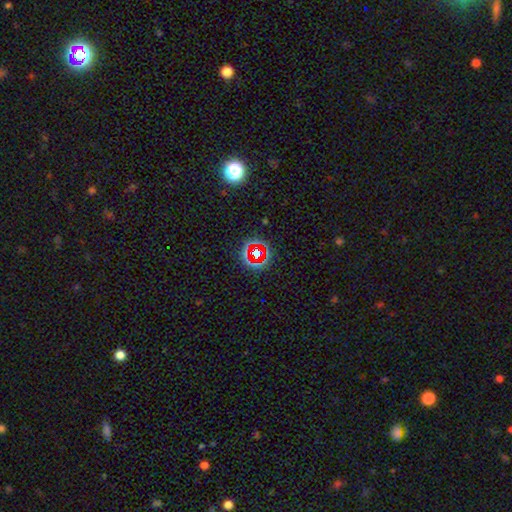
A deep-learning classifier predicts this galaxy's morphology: This appears to be a star or artifact, not a galaxy (70%).